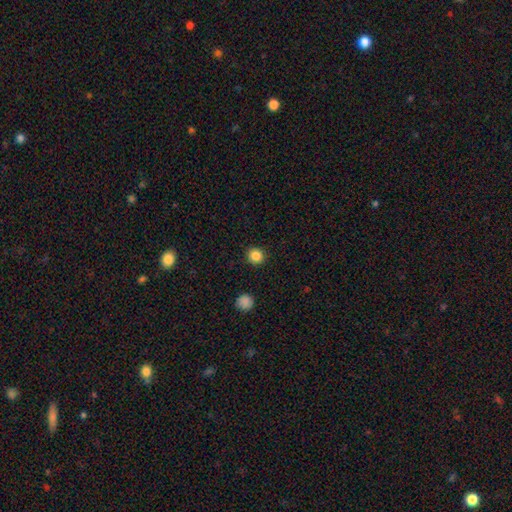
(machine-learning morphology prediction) Overall: smooth (85%). How rounded: round (94%). Merging: none (93%).